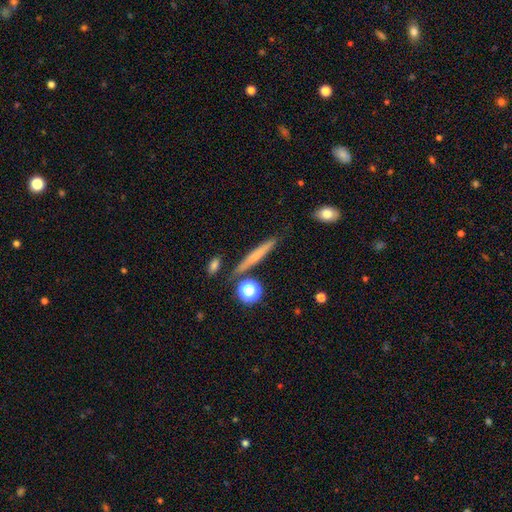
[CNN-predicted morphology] smooth_or_featured: smooth (p=0.59) [alt: featured or disk p=0.33]
how_rounded: cigar-shaped (p=0.89) [alt: in between p=0.06]
merging: none (p=0.82) [alt: minor disturbance p=0.10]